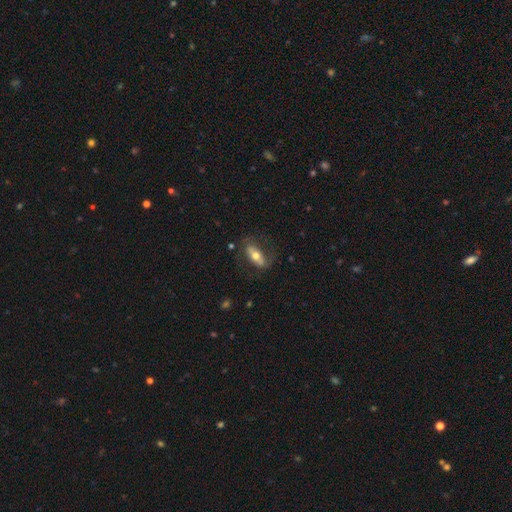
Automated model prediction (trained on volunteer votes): Smooth or featured? smooth (53%)
How rounded? in between (73%)
Merging? none (68%)